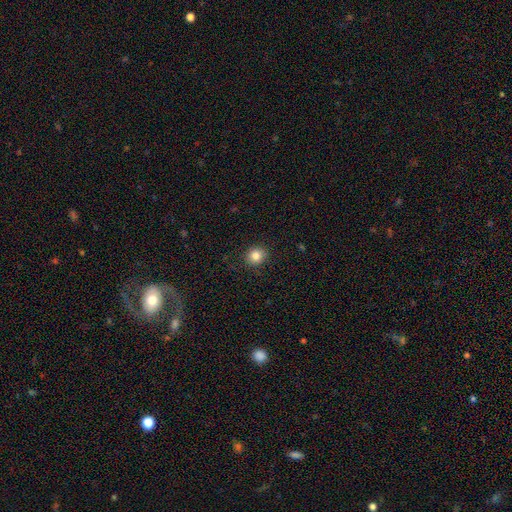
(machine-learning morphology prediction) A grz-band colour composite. It shows a smooth galaxy with no disk features (84%) that is round (82%). Merging: none (91%).